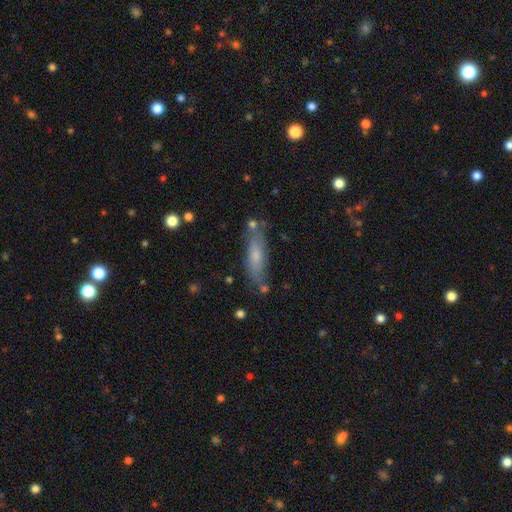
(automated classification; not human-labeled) This is possibly a smooth galaxy (59%). How rounded: likely cigar-shaped (63%). Merging: likely none (69%).